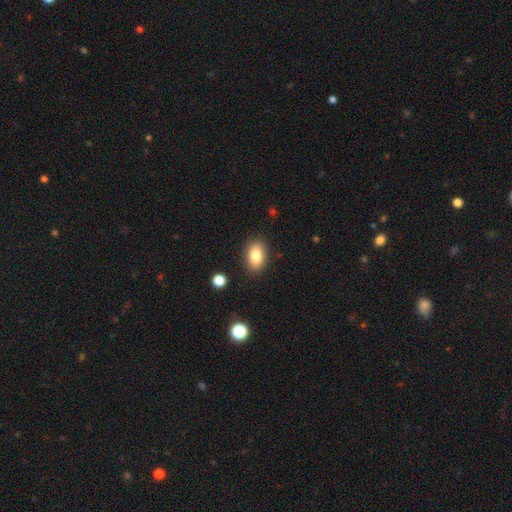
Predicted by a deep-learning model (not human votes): smooth-or-featured: smooth: 82% | featured or disk: 10% | star or artifact: 8%
  how-rounded: in between: 87% | round: 11% | cigar-shaped: 2%
  merging: none: 86% | minor disturbance: 9% | major disturbance: 3% | merger: 2%